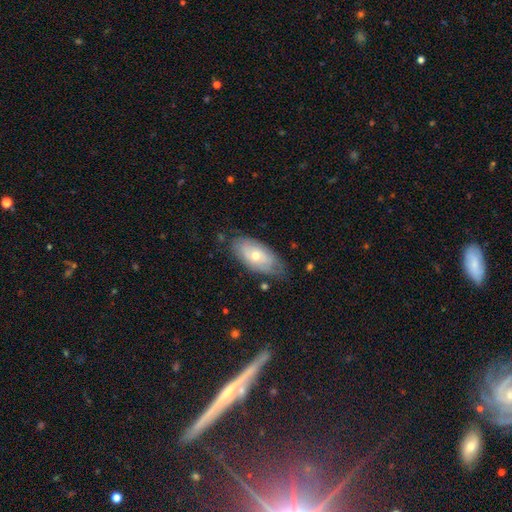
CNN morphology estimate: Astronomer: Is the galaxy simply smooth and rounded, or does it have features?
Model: featured or disk — 52% (runner-up: smooth, 41%).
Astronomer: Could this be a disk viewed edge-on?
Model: no — 87%.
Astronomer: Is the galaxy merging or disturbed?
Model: none — 69%.